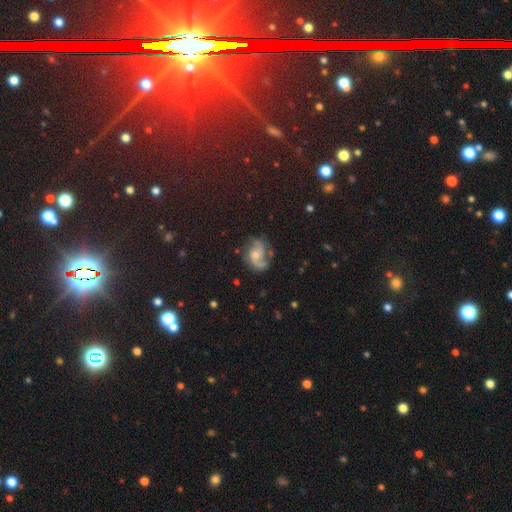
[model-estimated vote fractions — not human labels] A featured or disk galaxy (75%) with no bar (64%), 2 (80%) medium (51%) spiral arms (95%) and a moderate central bulge (46%). Merging: none (67%).